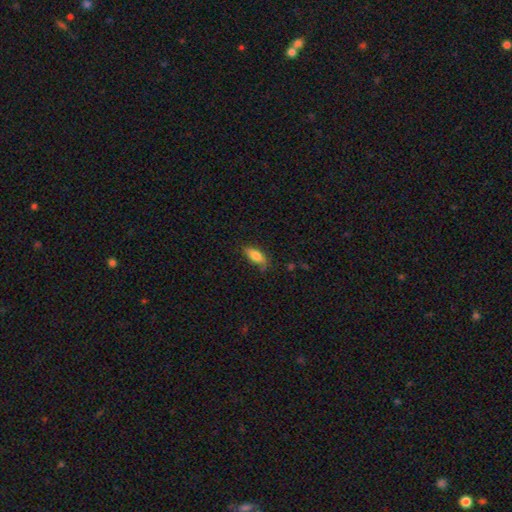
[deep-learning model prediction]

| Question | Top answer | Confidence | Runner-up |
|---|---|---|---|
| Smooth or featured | smooth | 79% | featured or disk (13%) |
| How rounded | in between | 75% | cigar-shaped (22%) |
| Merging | none | 71% | minor disturbance (23%) |